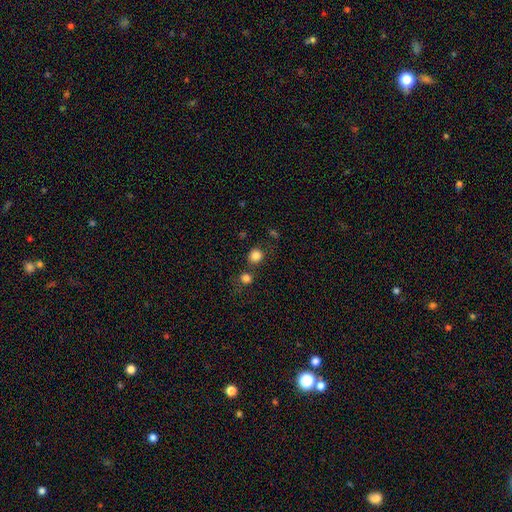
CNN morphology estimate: Smooth or featured?
  - smooth: 83% *
  - star or artifact: 12%
  - featured or disk: 4%
How rounded?
  - round: 88% *
  - in between: 11%
  - cigar-shaped: 1%
Merging?
  - none: 74% *
  - merger: 14%
  - minor disturbance: 8%
  - major disturbance: 3%